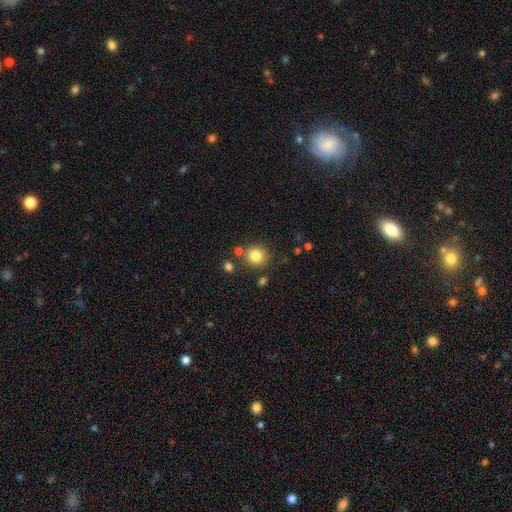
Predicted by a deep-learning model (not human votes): Smooth or featured?
  - smooth: 82% *
  - star or artifact: 11%
  - featured or disk: 7%
How rounded?
  - round: 86% *
  - in between: 13%
  - cigar-shaped: 1%
Merging?
  - none: 80% *
  - minor disturbance: 9%
  - merger: 7%
  - major disturbance: 3%